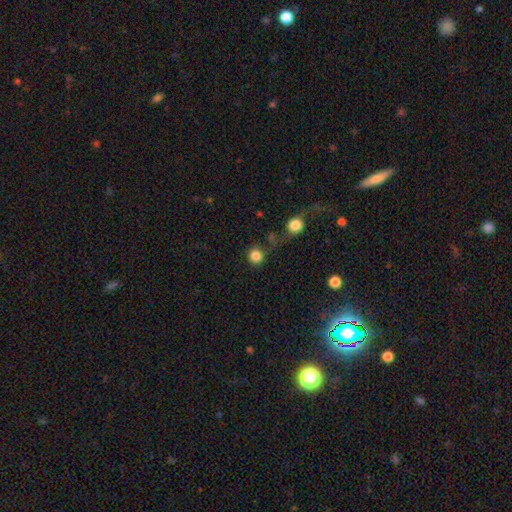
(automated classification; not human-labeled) Smooth or featured: smooth — 84% (star or artifact — 11%)
How rounded: round — 91% (in between — 8%)
Merging: none — 69% (merger — 12%)